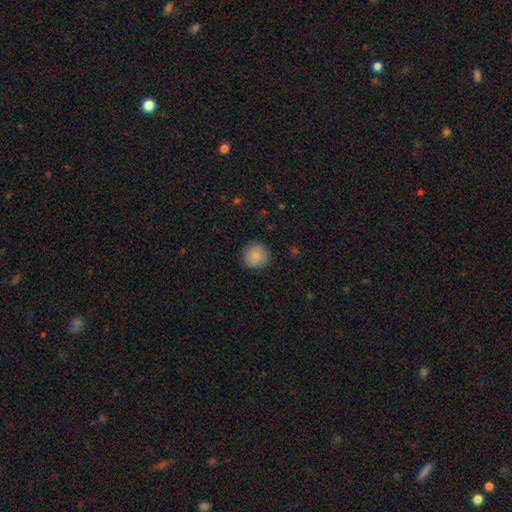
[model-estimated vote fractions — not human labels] Smooth or featured? Predicted: smooth (p=0.86). How rounded? Predicted: round (p=0.92). Merging? Predicted: none (p=0.87).